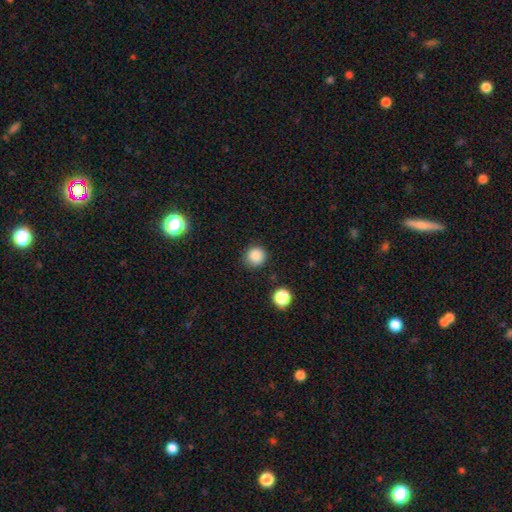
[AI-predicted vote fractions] A smooth galaxy with no disk features (86%) that is round (94%).

Vote fractions:
- Smooth or featured? smooth: 86% / star or artifact: 11% / featured or disk: 3%
- How rounded? round: 94% / in between: 5% / cigar-shaped: 1%
- Merging? none: 88% / minor disturbance: 7% / major disturbance: 2% / merger: 2%